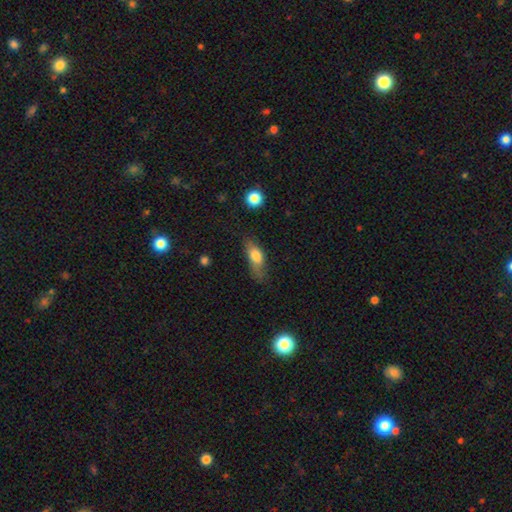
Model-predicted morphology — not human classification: Q: Smooth or featured?
A: smooth (73%); runner-up: featured or disk (20%)
Q: How rounded?
A: in between (69%); runner-up: cigar-shaped (26%)
Q: Merging?
A: none (52%); runner-up: minor disturbance (32%)